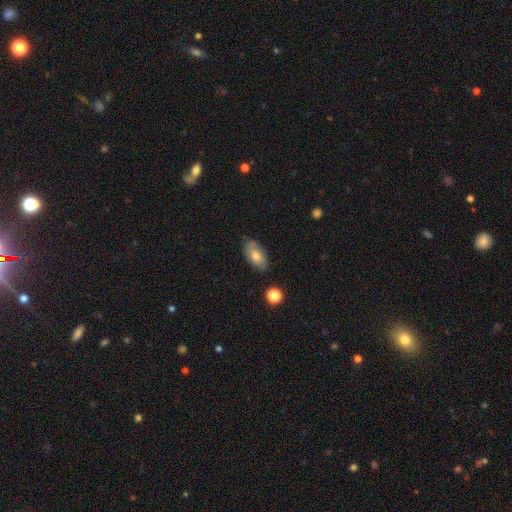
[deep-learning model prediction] Smooth or featured: smooth — 73% (featured or disk — 20%)
How rounded: in between — 91% (cigar-shaped — 5%)
Merging: none — 78% (minor disturbance — 17%)